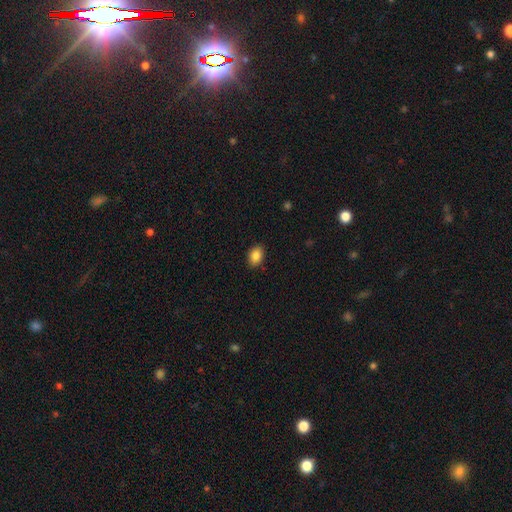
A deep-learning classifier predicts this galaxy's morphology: Smooth or featured?
  - smooth: 87% *
  - star or artifact: 8%
  - featured or disk: 4%
How rounded?
  - in between: 80% *
  - round: 19%
  - cigar-shaped: 1%
Merging?
  - none: 88% *
  - minor disturbance: 9%
  - major disturbance: 2%
  - merger: 1%